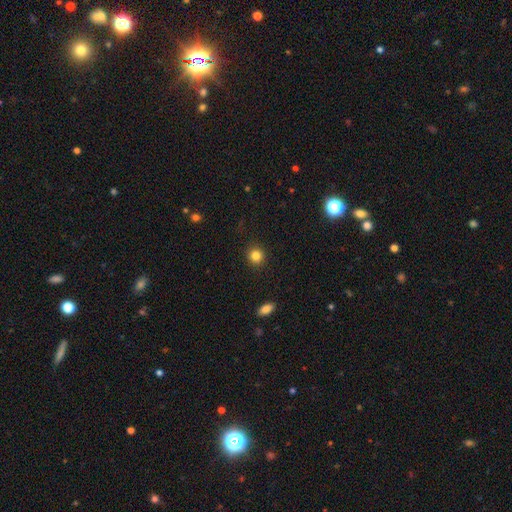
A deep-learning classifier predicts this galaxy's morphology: Smooth or featured: smooth — 84% (star or artifact — 11%)
How rounded: round — 89% (in between — 10%)
Merging: none — 92% (minor disturbance — 5%)